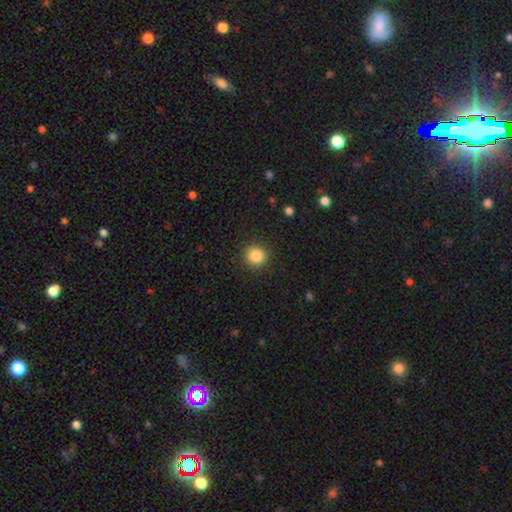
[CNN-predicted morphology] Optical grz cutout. It shows a smooth galaxy with no disk features (86%) that is round (92%). Merging: none (91%).